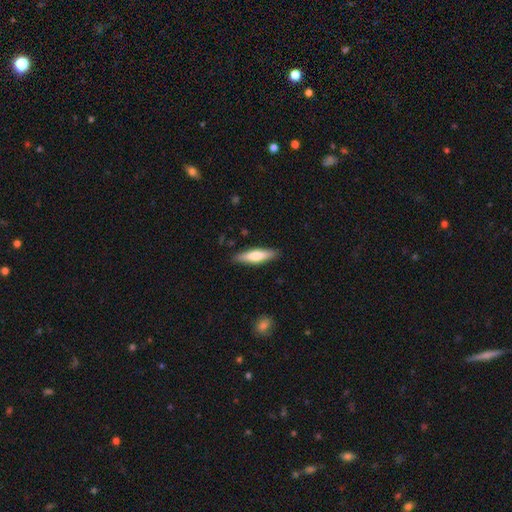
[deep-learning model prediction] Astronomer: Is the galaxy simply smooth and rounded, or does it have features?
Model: smooth — 65%.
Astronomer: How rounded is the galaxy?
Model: cigar-shaped — 72%.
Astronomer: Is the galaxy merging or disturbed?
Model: none — 88%.